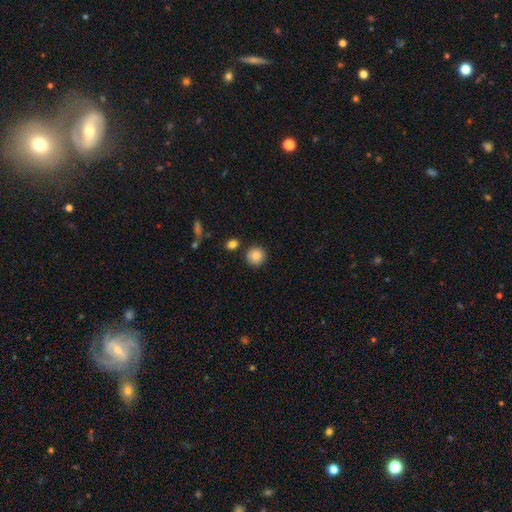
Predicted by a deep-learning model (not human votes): Smooth or featured? Predicted: smooth (p=0.87). How rounded? Predicted: round (p=0.92). Merging? Predicted: none (p=0.85).